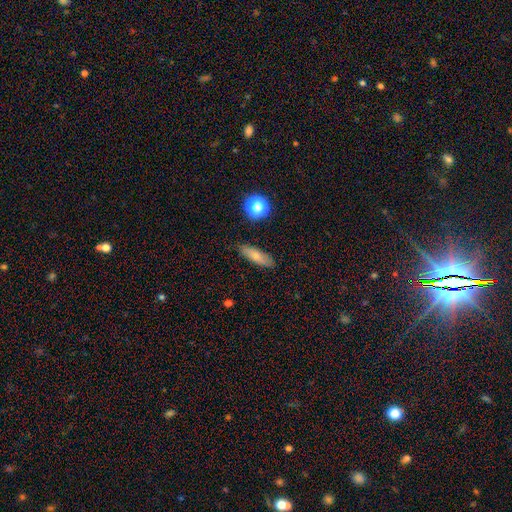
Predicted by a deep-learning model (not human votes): smooth-or-featured: smooth: 74% | featured or disk: 17% | star or artifact: 9%
  how-rounded: cigar-shaped: 50% | in between: 46% | round: 4%
  merging: none: 86% | minor disturbance: 10% | major disturbance: 2% | merger: 2%